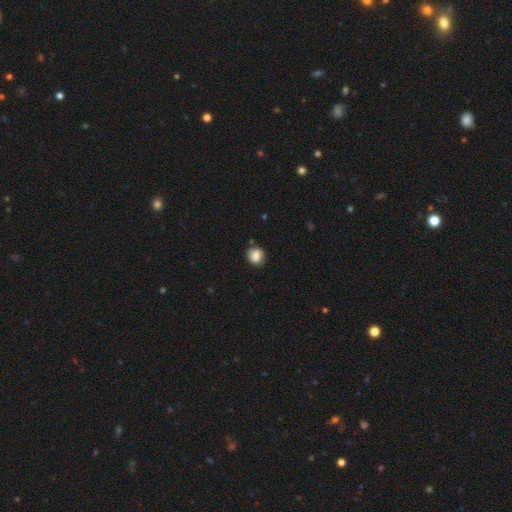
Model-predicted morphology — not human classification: A smooth galaxy with no disk features (81%) that is round (72%).

Vote fractions:
- Smooth or featured? smooth: 81% / featured or disk: 10% / star or artifact: 9%
- How rounded? round: 72% / in between: 27% / cigar-shaped: 1%
- Merging? none: 78% / minor disturbance: 15% / merger: 4% / major disturbance: 3%